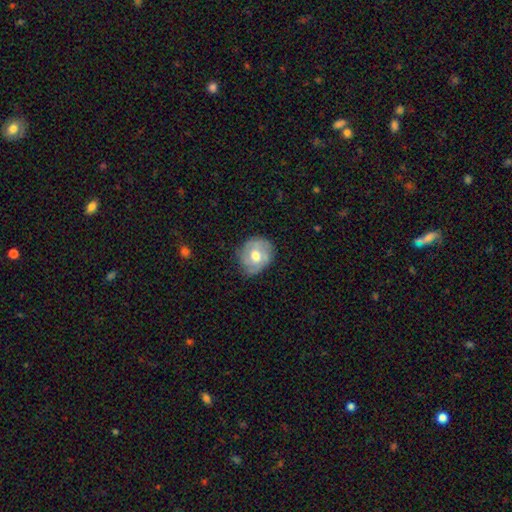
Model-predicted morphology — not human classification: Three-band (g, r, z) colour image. It shows a featured or disk galaxy (49%). Merging: none (67%).